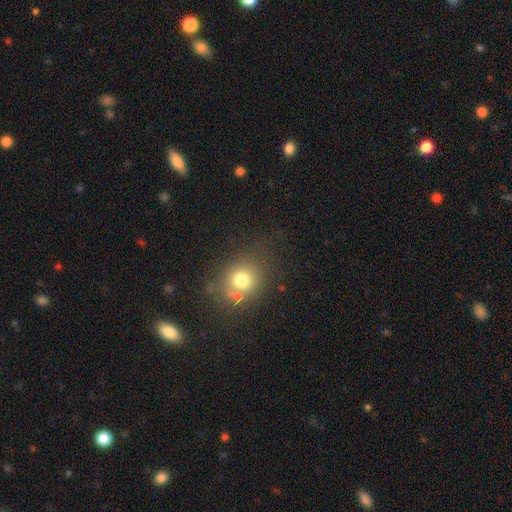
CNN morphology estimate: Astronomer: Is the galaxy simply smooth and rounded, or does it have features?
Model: smooth — 65%.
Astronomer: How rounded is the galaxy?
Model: round — 72%.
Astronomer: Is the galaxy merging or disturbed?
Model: none — 65%.